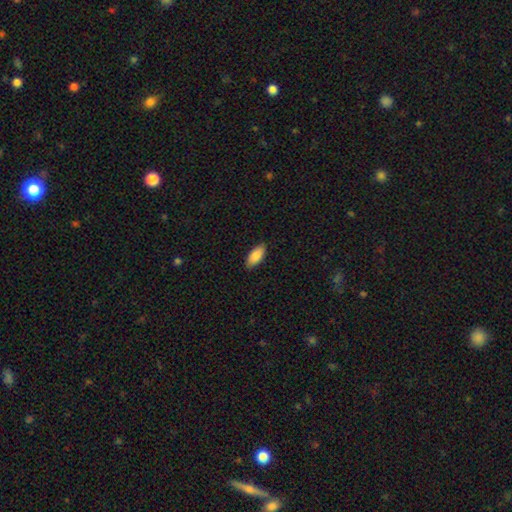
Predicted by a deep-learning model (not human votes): This appears to be a smooth galaxy with no disk features (88%) that is in between round and cigar-shaped (90%). Merging: none (88%).